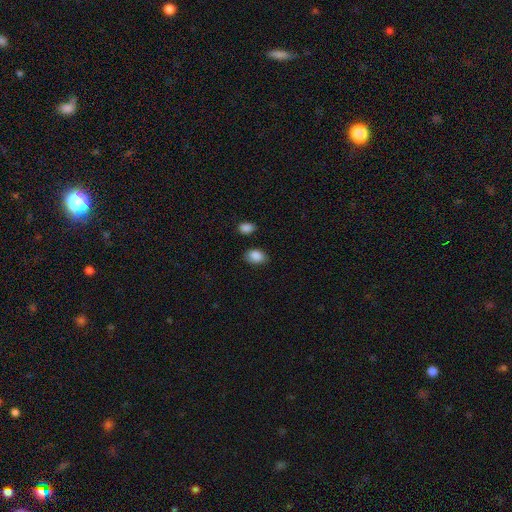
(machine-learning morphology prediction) This appears to be a smooth galaxy with no disk features (88%) that is in between round and cigar-shaped (85%). Merging: none (83%).